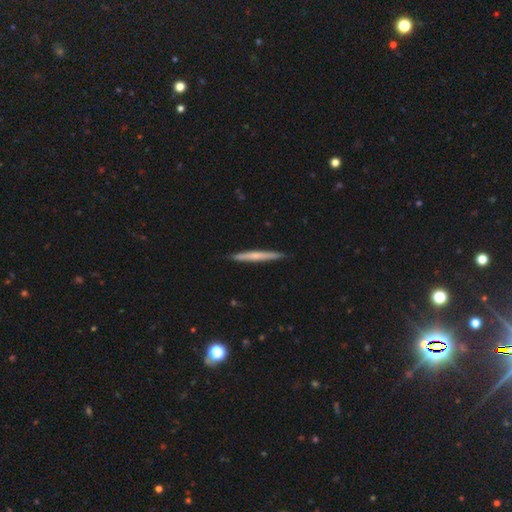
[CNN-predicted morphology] Smooth or featured? smooth (50%)
Merging? none (91%)